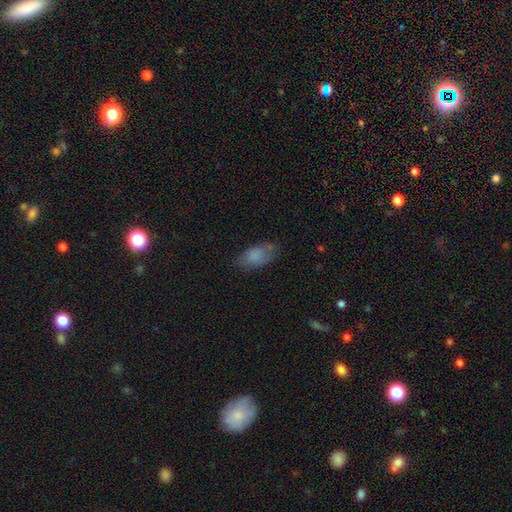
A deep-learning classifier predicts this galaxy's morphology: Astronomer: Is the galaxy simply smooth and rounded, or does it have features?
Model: smooth — 80%.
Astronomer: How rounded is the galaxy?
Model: in between — 92%.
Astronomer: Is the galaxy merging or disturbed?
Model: none — 66%.